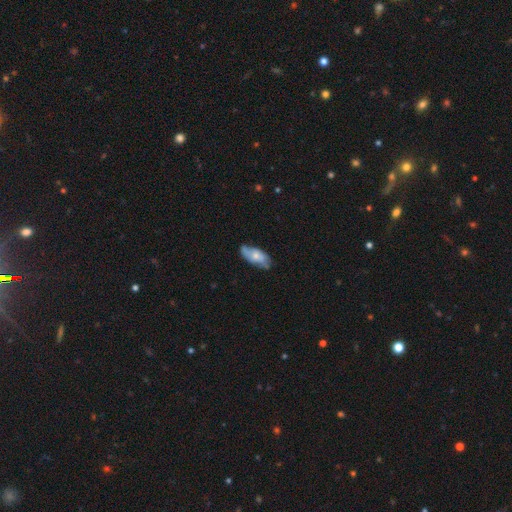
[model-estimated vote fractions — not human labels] Smooth or featured?
  - smooth: 52% *
  - featured or disk: 42%
  - star or artifact: 7%
How rounded?
  - in between: 86% *
  - cigar-shaped: 11%
  - round: 3%
Merging?
  - none: 62% *
  - minor disturbance: 29%
  - major disturbance: 7%
  - merger: 2%